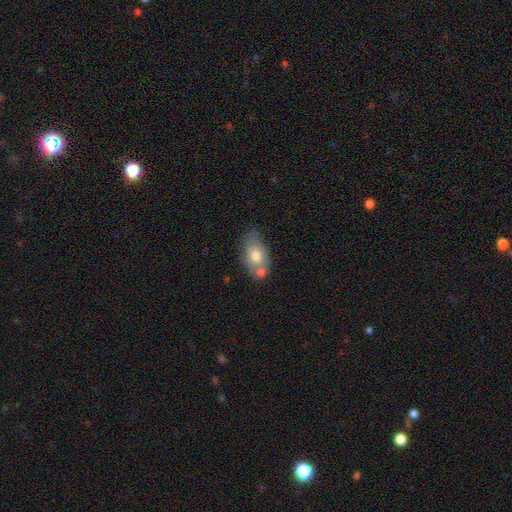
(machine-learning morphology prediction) Smooth or featured? smooth (71%)
How rounded? in between (88%)
Merging? none (54%)